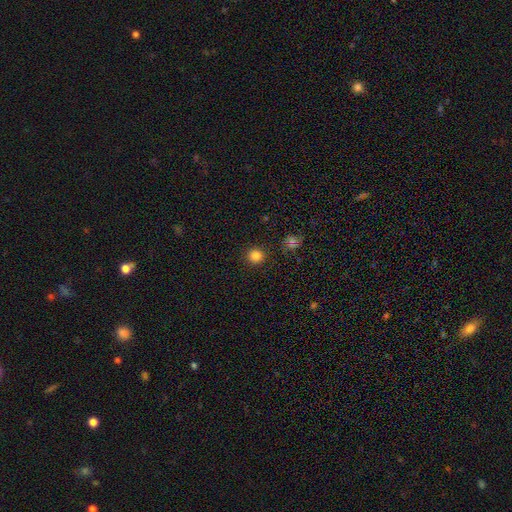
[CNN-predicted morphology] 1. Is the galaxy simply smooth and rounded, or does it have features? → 83% smooth, 12% star or artifact, 4% featured or disk.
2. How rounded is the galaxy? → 92% round, 7% in between, 1% cigar-shaped.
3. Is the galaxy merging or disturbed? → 91% none, 5% minor disturbance, 2% major disturbance, 2% merger.